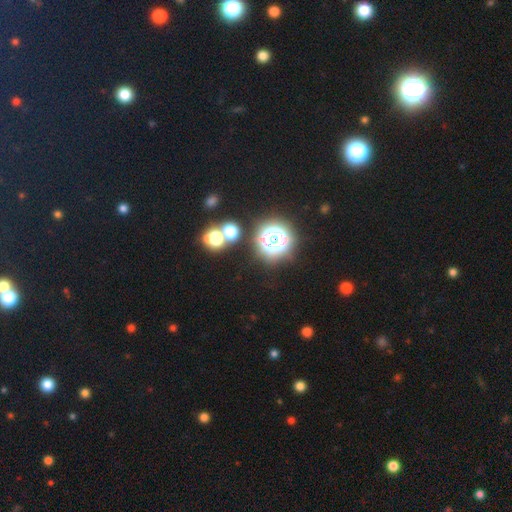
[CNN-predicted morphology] star or artifact 74%, smooth 19%, featured or disk 7%.